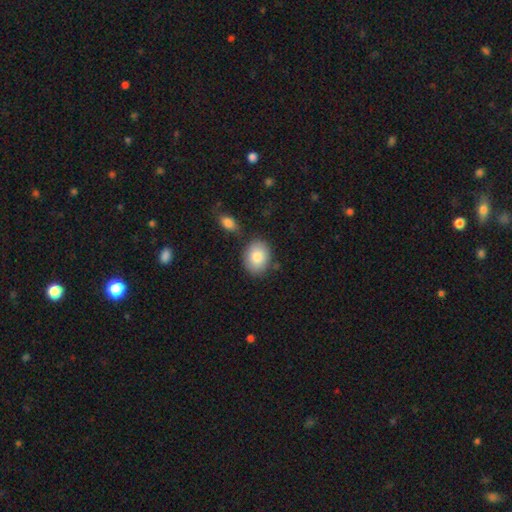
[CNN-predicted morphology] type=smooth (84%); roundness=in between (62%); merging=none (74%).